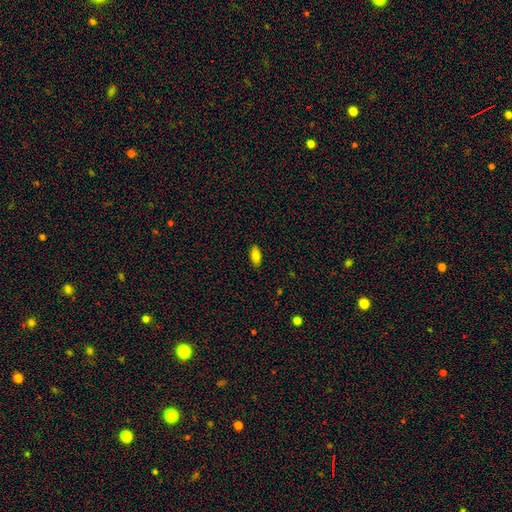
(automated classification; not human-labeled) A smooth galaxy with no disk features (82%) that is in between round and cigar-shaped (87%). Merging: none (87%).